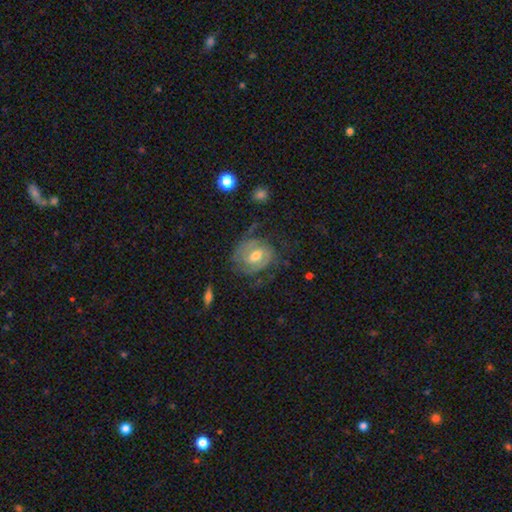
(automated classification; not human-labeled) smooth-or-featured: featured or disk: 75% | smooth: 18% | star or artifact: 7%
  disk-edge-on: no: 97% | yes: 3%
    bar: weak: 53% | no: 30% | strong: 17%
    has-spiral-arms: yes: 86% | no: 14%
      spiral-winding: tight: 55% | medium: 33% | loose: 12%
      spiral-arm-count: 2: 54% | can't tell: 26% | 3: 9% | 1: 6% | 4: 3% | more than 4: 3%
    bulge-size: moderate: 69% | small: 19% | large: 9% | none: 2% | dominant: 1%
  merging: none: 61% | minor disturbance: 21% | major disturbance: 17% | merger: 2%